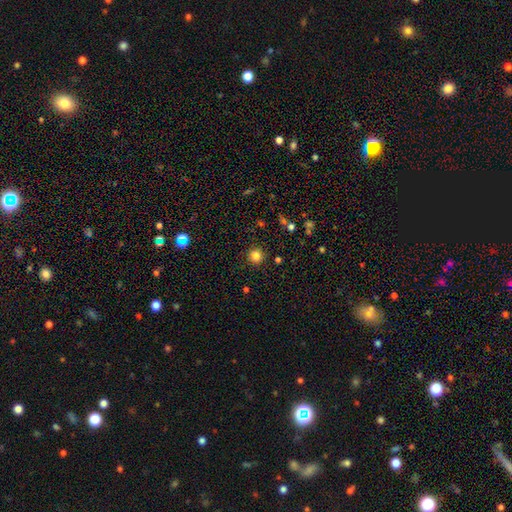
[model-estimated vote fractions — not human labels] Morphology: type=smooth (81%); roundness=round (95%); merging=none (91%).